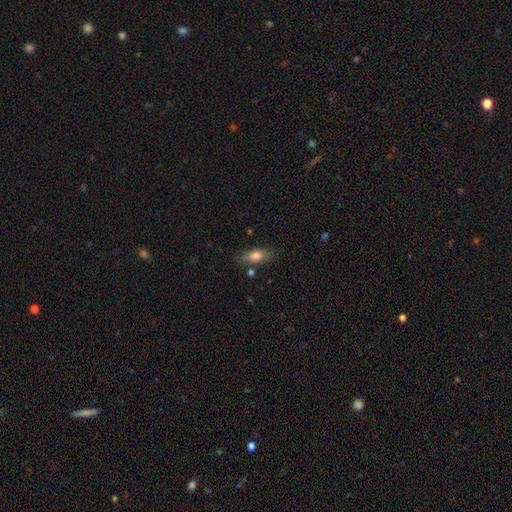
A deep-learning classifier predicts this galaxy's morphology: smooth 74%, featured or disk 18%, star or artifact 8%. Down the decision tree: how rounded — in between (74%); merging — none (74%).